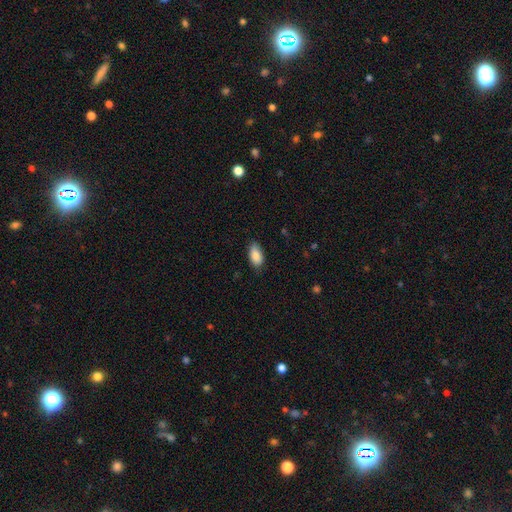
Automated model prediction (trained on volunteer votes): Q: Smooth or featured?
A: smooth (88%); runner-up: star or artifact (7%)
Q: How rounded?
A: in between (93%); runner-up: round (4%)
Q: Merging?
A: none (80%); runner-up: minor disturbance (16%)